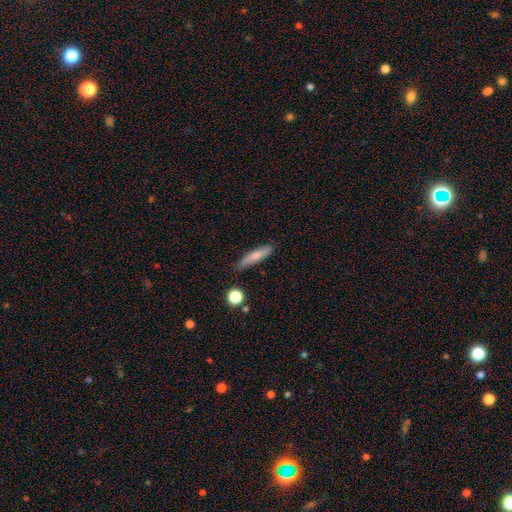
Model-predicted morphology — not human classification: Smooth or featured?
  - smooth: 72% *
  - featured or disk: 21%
  - star or artifact: 7%
How rounded?
  - cigar-shaped: 85% *
  - in between: 13%
  - round: 2%
Merging?
  - none: 81% *
  - minor disturbance: 14%
  - major disturbance: 3%
  - merger: 3%